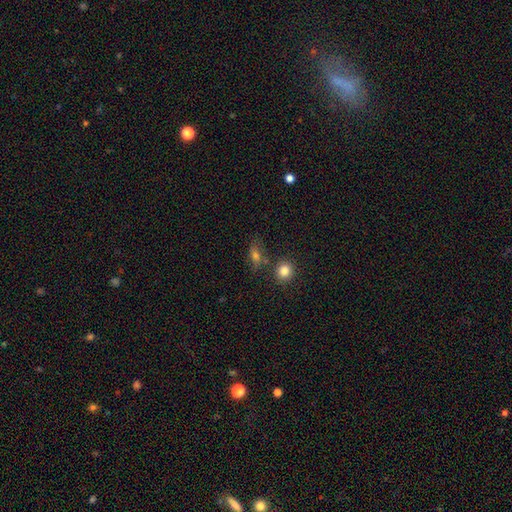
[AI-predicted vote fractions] Smooth or featured? Predicted: smooth (p=0.58). How rounded? Predicted: in between (p=0.60). Merging? Predicted: none (p=0.67).